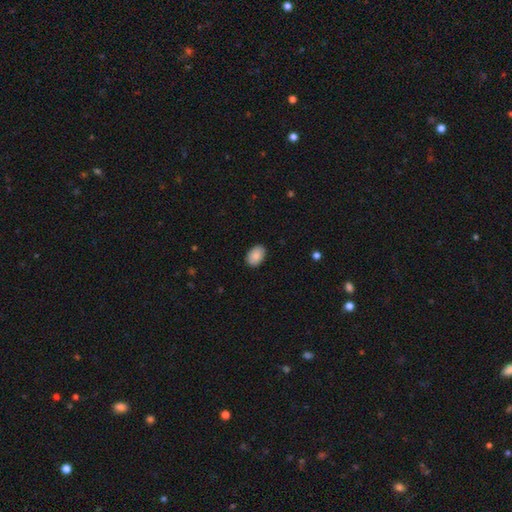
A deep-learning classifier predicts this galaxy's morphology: Smooth or featured: smooth — 89% (star or artifact — 7%)
How rounded: in between — 87% (round — 12%)
Merging: none — 89% (minor disturbance — 8%)